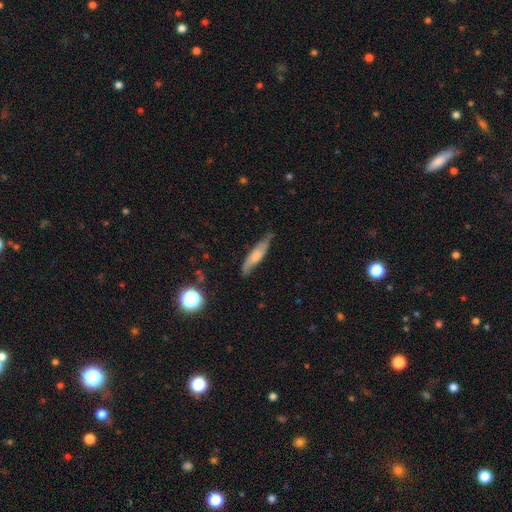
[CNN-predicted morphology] Overall: smooth (53%; featured or disk 39%). How rounded: cigar-shaped (70%). Merging: none (65%; minor disturbance 26%).